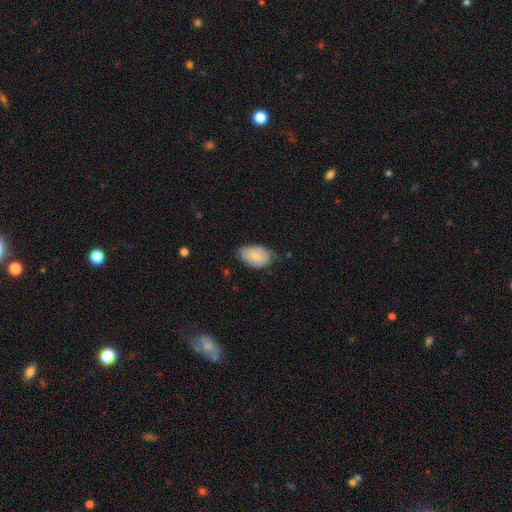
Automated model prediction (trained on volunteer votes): Q: Smooth or featured?
A: smooth (76%); runner-up: featured or disk (18%)
Q: How rounded?
A: in between (90%); runner-up: round (8%)
Q: Merging?
A: none (61%); runner-up: minor disturbance (32%)